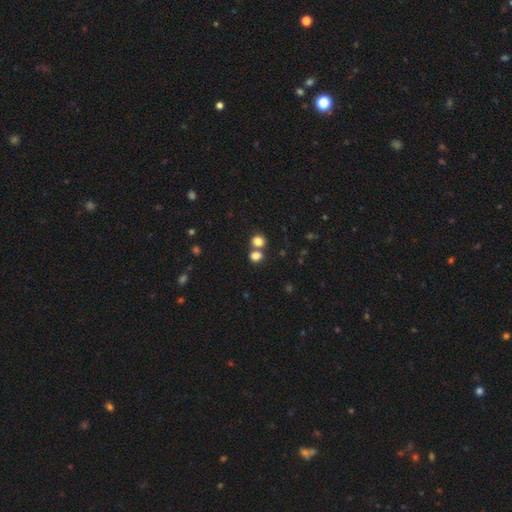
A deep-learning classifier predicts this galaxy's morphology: Smooth or featured? Predicted: smooth (p=0.81). How rounded? Predicted: round (p=0.64). Merging? Predicted: none (p=0.51).